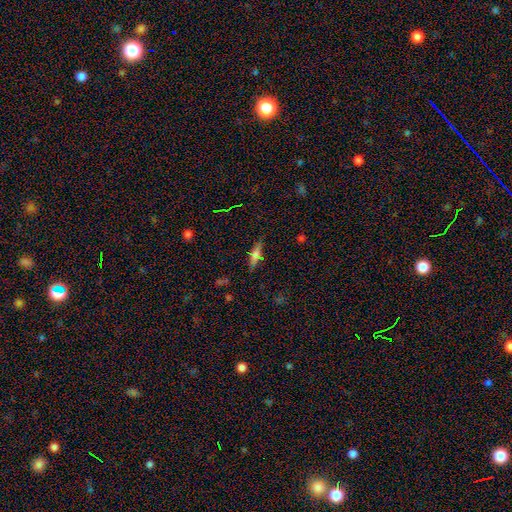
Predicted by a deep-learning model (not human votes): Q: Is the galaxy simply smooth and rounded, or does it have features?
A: smooth — 43%.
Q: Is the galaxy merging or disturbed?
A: none — 82%.